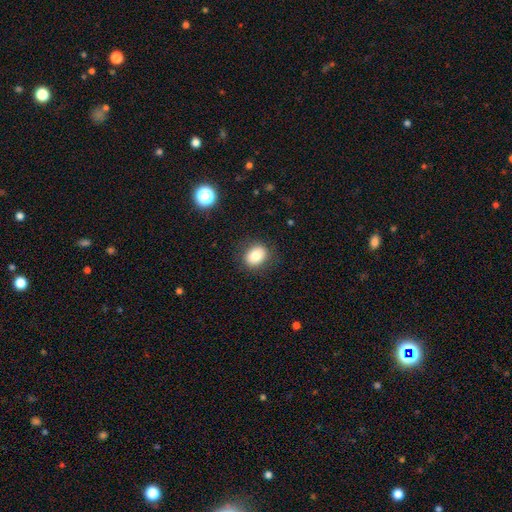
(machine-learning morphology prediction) smooth_or_featured: smooth (p=0.81) [alt: star or artifact p=0.10]
how_rounded: in between (p=0.54) [alt: round p=0.45]
merging: none (p=0.85) [alt: minor disturbance p=0.10]